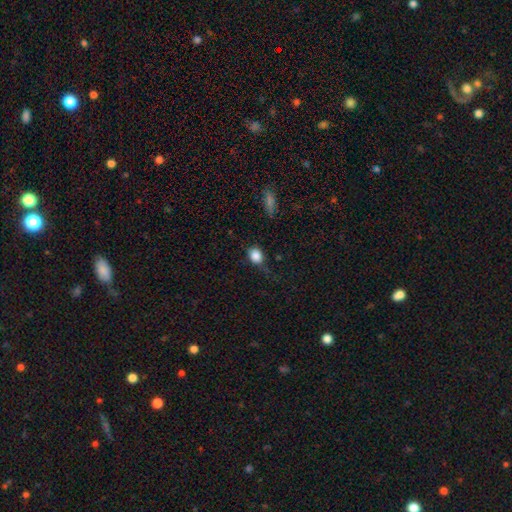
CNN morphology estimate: smooth-or-featured: smooth: 85% | star or artifact: 9% | featured or disk: 6%
  how-rounded: round: 54% | in between: 44% | cigar-shaped: 2%
  merging: none: 58% | minor disturbance: 28% | major disturbance: 10% | merger: 3%